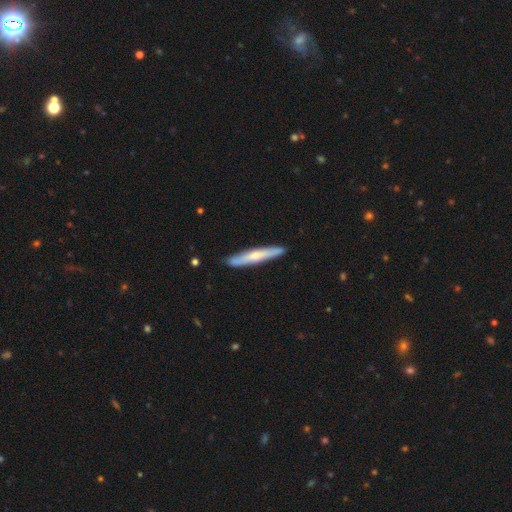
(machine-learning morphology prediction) smooth-or-featured: smooth: 50% | featured or disk: 45% | star or artifact: 5%
  merging: none: 89% | minor disturbance: 9% | major disturbance: 1% | merger: 1%